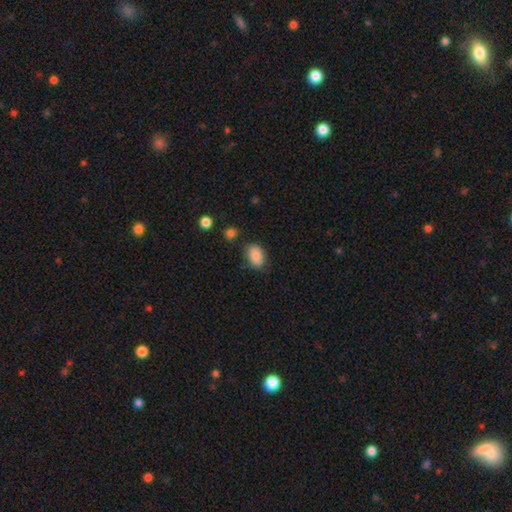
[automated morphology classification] Smooth or featured?
  - smooth: 87% *
  - star or artifact: 7%
  - featured or disk: 5%
How rounded?
  - in between: 89% *
  - round: 10%
  - cigar-shaped: 1%
Merging?
  - none: 77% *
  - minor disturbance: 16%
  - major disturbance: 4%
  - merger: 3%